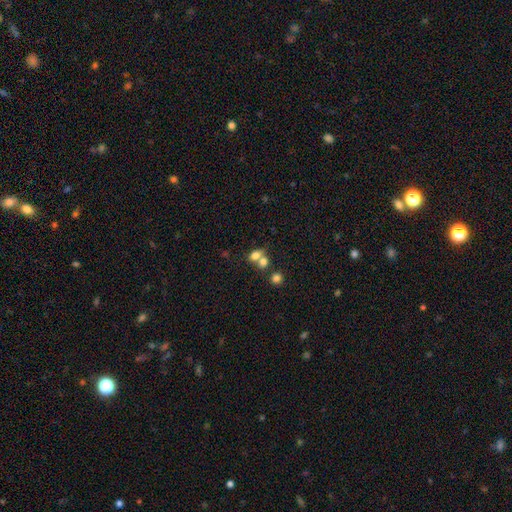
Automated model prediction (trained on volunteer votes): smooth-or-featured: smooth: 74% | featured or disk: 13% | star or artifact: 12%
  how-rounded: in between: 62% | round: 35% | cigar-shaped: 2%
  merging: merger: 54% | none: 33% | minor disturbance: 9% | major disturbance: 5%